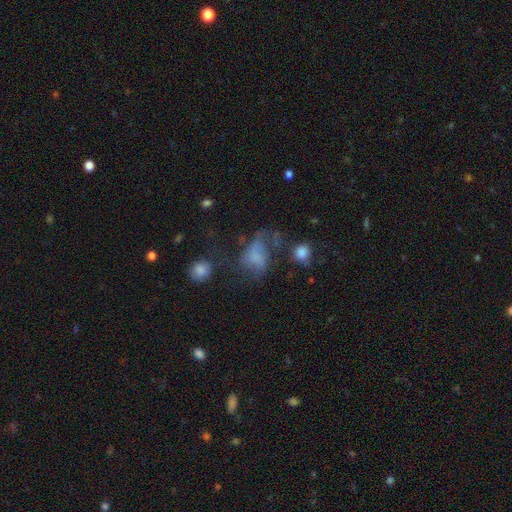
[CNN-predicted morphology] A smooth galaxy with no disk features (49%). Merging: major disturbance (42%).